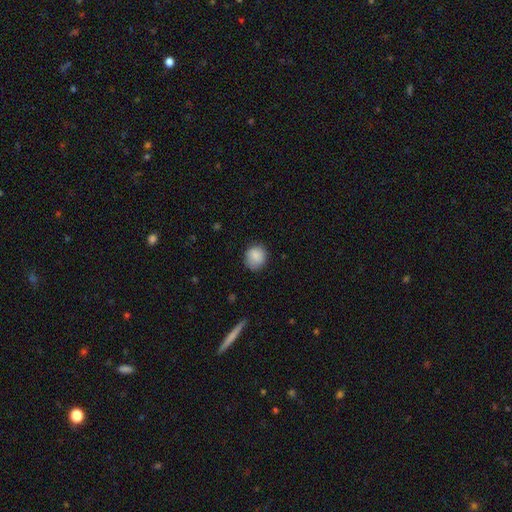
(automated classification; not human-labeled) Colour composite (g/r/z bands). It shows a smooth galaxy with no disk features (87%) that is round (79%). Merging: none (80%).